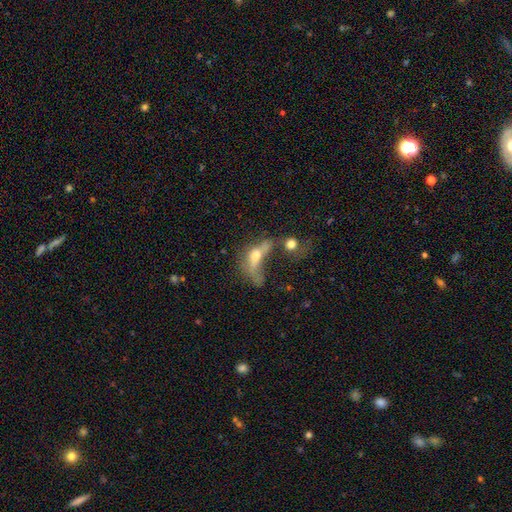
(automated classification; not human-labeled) Smooth or featured: smooth — 45% (featured or disk — 41%)
Merging: merger — 39% (major disturbance — 35%)